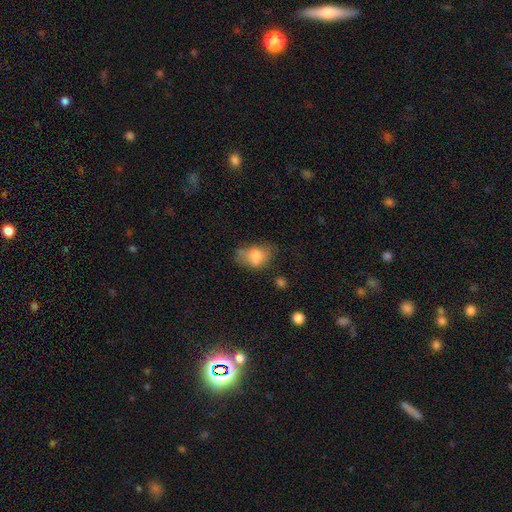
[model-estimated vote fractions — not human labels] Smooth or featured? smooth (68%)
How rounded? in between (74%)
Merging? none (37%)